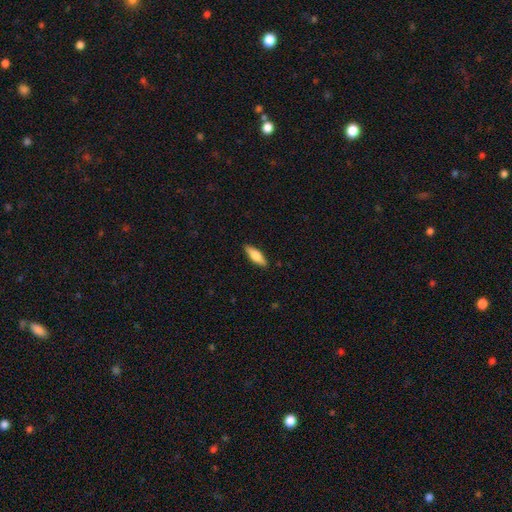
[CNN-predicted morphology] Smooth or featured? Predicted: smooth (p=0.62). How rounded? Predicted: cigar-shaped (p=0.52). Merging? Predicted: none (p=0.90).